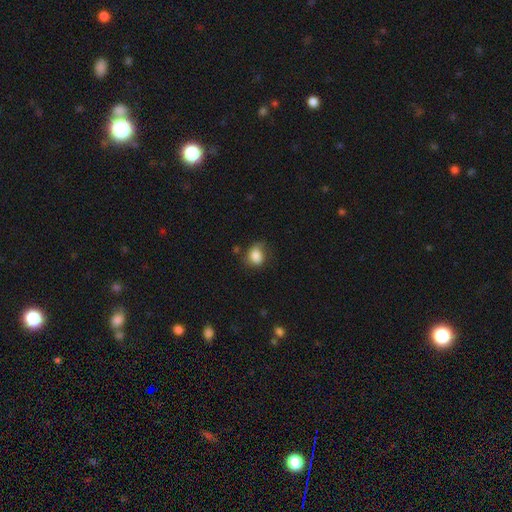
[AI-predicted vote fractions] Smooth or featured?
  - smooth: 81% *
  - featured or disk: 10%
  - star or artifact: 9%
How rounded?
  - round: 51% *
  - in between: 48%
  - cigar-shaped: 1%
Merging?
  - none: 51% *
  - minor disturbance: 33%
  - major disturbance: 13%
  - merger: 3%